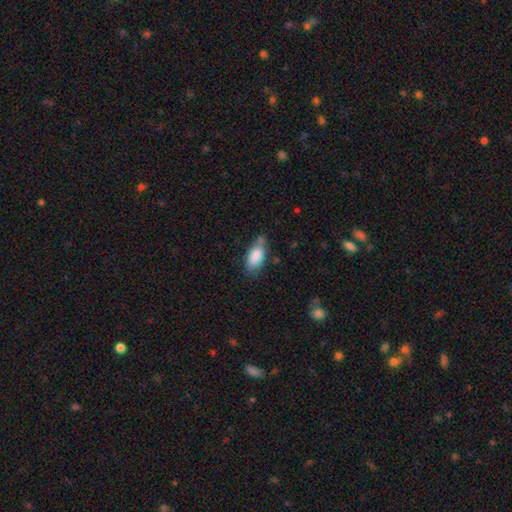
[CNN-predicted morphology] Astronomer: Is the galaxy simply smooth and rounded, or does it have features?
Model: smooth — 85%.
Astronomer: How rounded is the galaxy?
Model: in between — 90%.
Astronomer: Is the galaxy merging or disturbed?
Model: none — 60%.